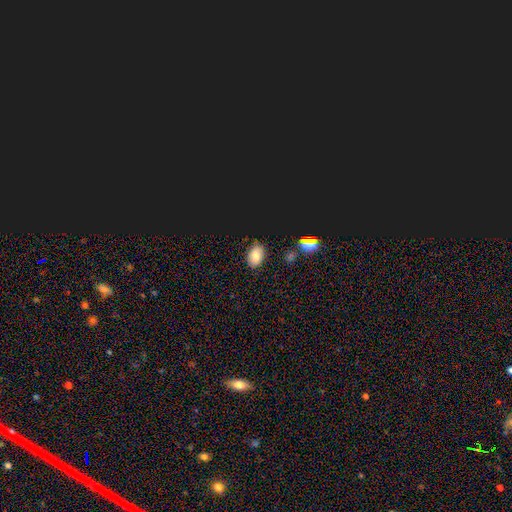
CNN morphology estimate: smooth_or_featured: smooth (p=0.63) [alt: star or artifact p=0.25]
how_rounded: in between (p=0.83) [alt: round p=0.15]
merging: none (p=0.79) [alt: minor disturbance p=0.16]